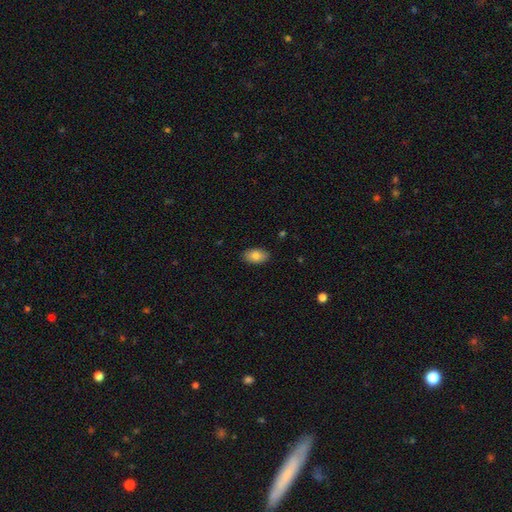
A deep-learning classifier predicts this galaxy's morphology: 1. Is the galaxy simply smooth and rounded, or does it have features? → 82% smooth, 11% featured or disk, 7% star or artifact.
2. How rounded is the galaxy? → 93% in between, 5% round, 2% cigar-shaped.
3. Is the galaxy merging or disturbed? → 88% none, 9% minor disturbance, 2% major disturbance, 1% merger.